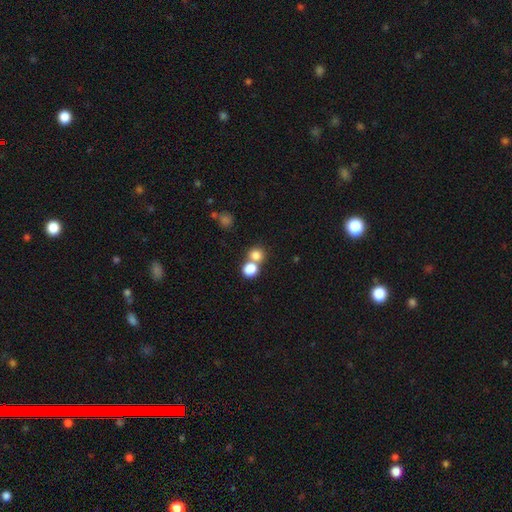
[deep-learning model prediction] Q: Smooth or featured?
A: smooth (80%); runner-up: star or artifact (12%)
Q: How rounded?
A: round (80%); runner-up: in between (19%)
Q: Merging?
A: merger (48%); runner-up: none (43%)